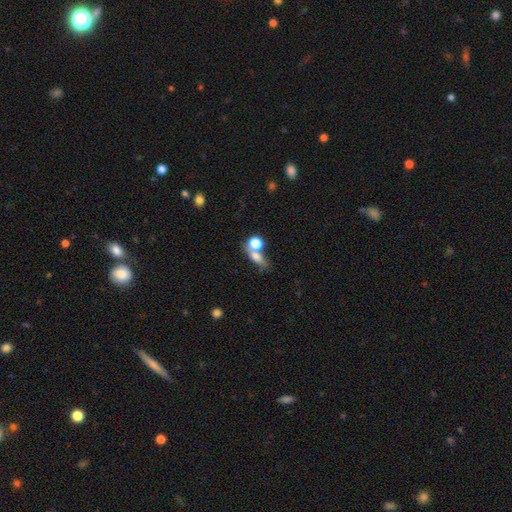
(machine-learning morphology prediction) A smooth galaxy with no disk features (68%) that is in between round and cigar-shaped (49%). Merging: merger (42%).